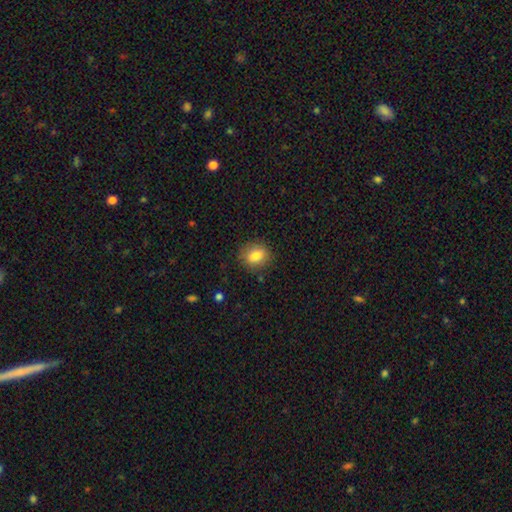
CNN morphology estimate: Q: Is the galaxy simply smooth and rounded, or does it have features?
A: smooth — 82%.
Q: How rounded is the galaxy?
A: round — 64%.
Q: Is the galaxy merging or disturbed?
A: none — 86%.